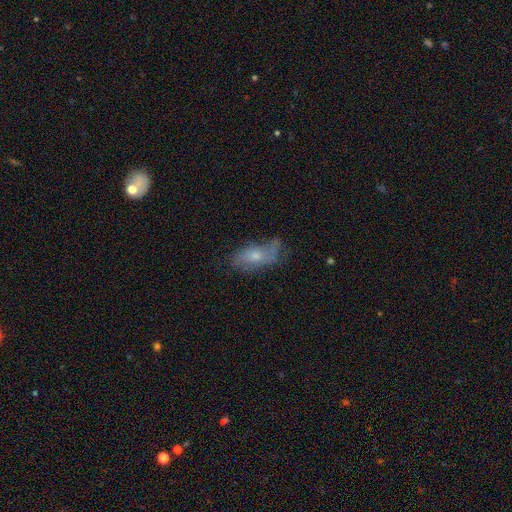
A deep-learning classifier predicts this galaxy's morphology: smooth-or-featured: smooth: 49% | featured or disk: 42% | star or artifact: 9%
  merging: none: 46% | minor disturbance: 32% | major disturbance: 19% | merger: 3%